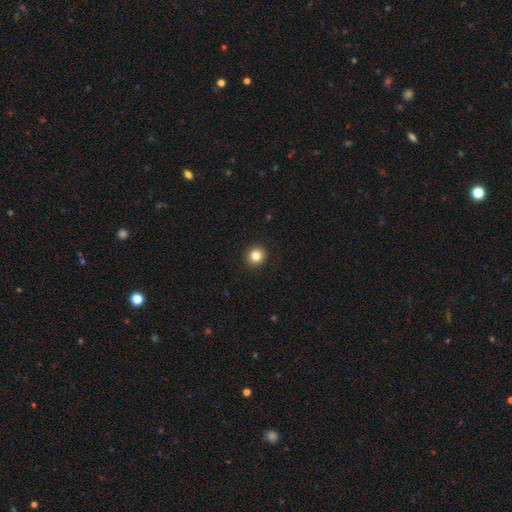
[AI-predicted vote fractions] This is clearly a smooth galaxy (84%). How rounded: clearly round (90%). Merging: clearly none (93%).